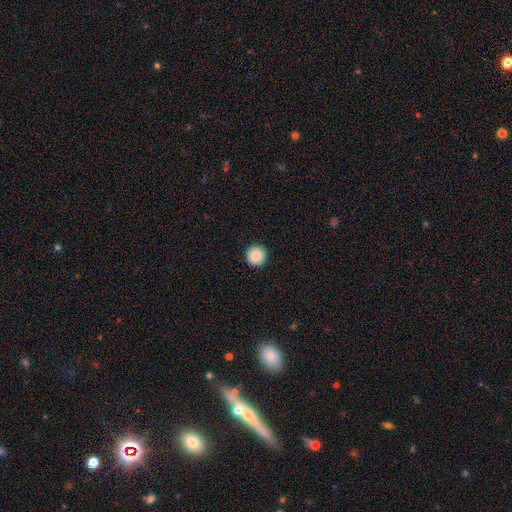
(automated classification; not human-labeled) smooth 88%, star or artifact 8%, featured or disk 3%. Down the decision tree: how rounded — round (96%); merging — none (93%).